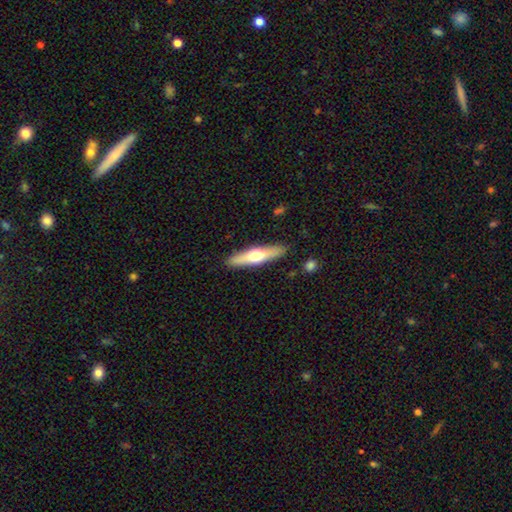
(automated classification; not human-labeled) Morphology: type=featured or disk (48%); merging=none (88%).